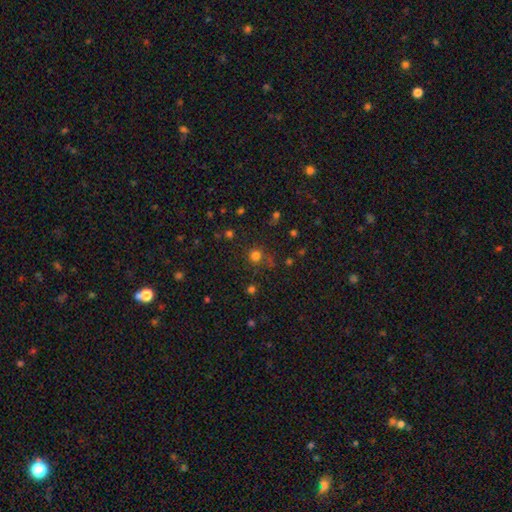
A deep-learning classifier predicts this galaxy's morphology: Overall: smooth (73%). How rounded: round (92%). Merging: none (77%).